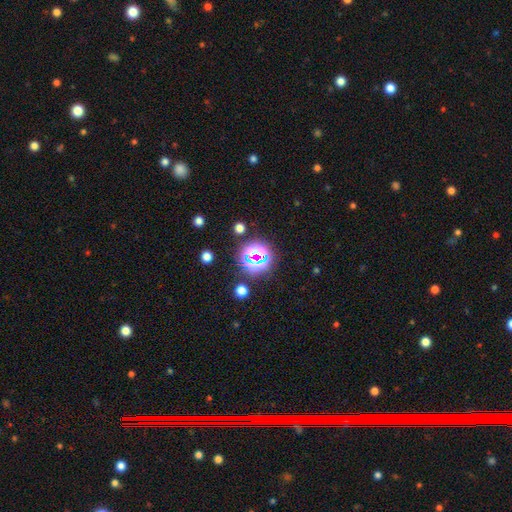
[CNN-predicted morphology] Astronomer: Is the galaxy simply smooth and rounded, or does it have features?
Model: star or artifact — 65%.